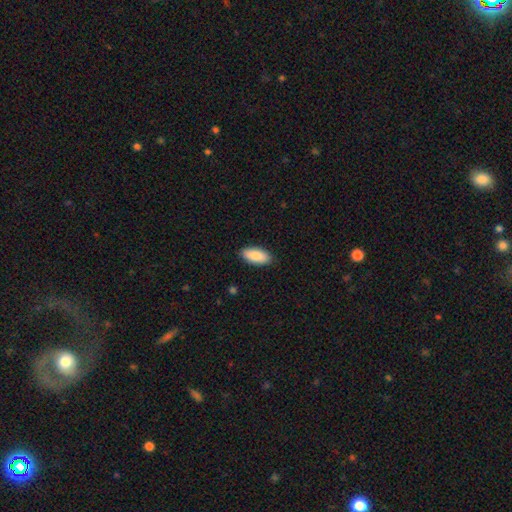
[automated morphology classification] Q: Smooth or featured?
A: smooth (88%); runner-up: featured or disk (7%)
Q: How rounded?
A: in between (89%); runner-up: cigar-shaped (10%)
Q: Merging?
A: none (89%); runner-up: minor disturbance (8%)